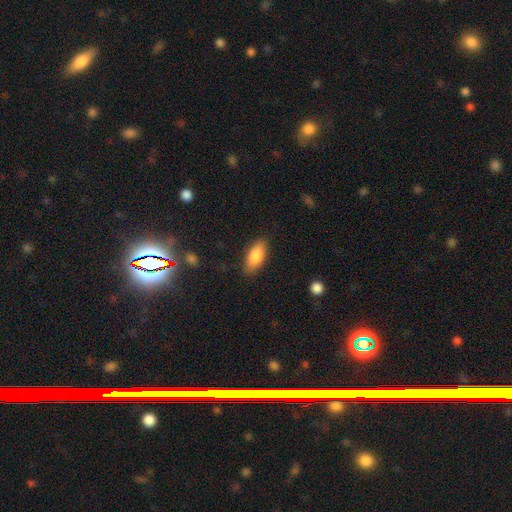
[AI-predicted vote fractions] Q: Smooth or featured?
A: smooth (84%); runner-up: featured or disk (10%)
Q: How rounded?
A: in between (85%); runner-up: cigar-shaped (13%)
Q: Merging?
A: none (85%); runner-up: minor disturbance (11%)